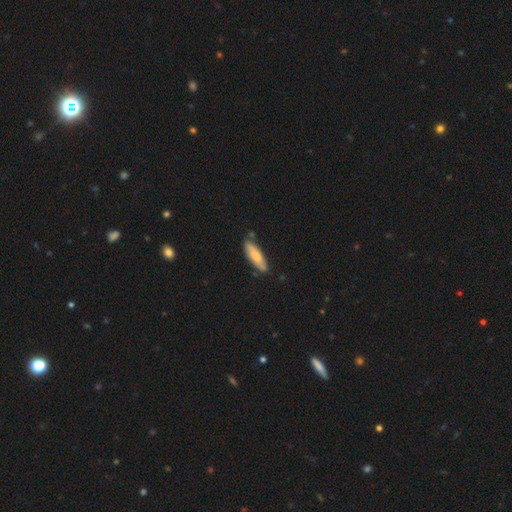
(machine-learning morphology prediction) Q: Smooth or featured?
A: smooth (68%); runner-up: featured or disk (26%)
Q: How rounded?
A: cigar-shaped (54%); runner-up: in between (45%)
Q: Merging?
A: none (78%); runner-up: minor disturbance (16%)